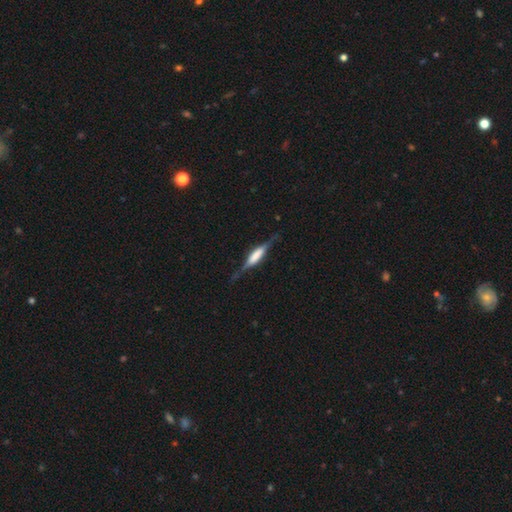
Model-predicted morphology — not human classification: Smooth or featured? featured or disk (68%)
Edge-on disk? yes (95%)
Edge-on bulge? boxy (63%)
Merging? none (76%)